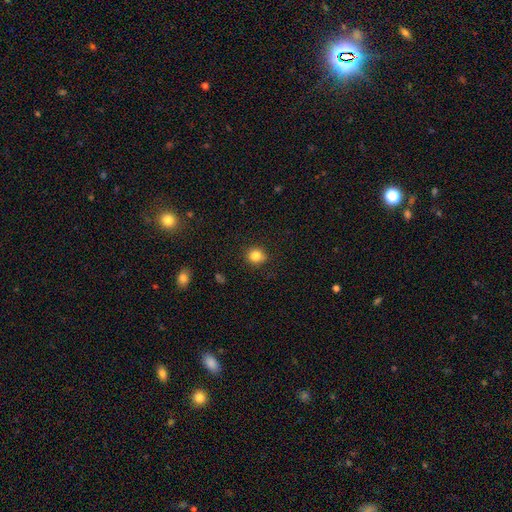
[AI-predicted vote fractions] The model was most divided on "how rounded": round: 85%, in between: 14%, cigar-shaped: 1%. More confident: merging — none (87%); smooth or featured — smooth (83%).